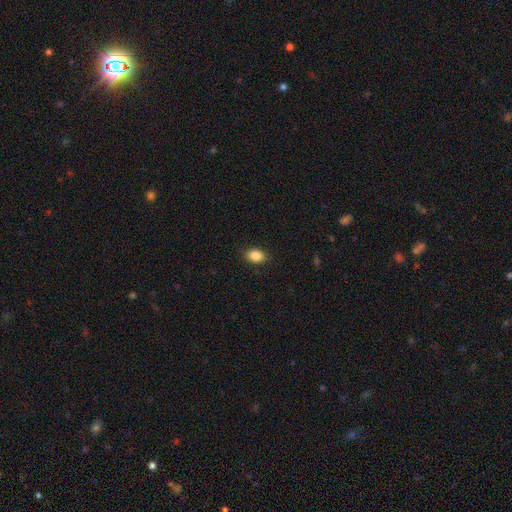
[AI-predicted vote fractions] The model was most divided on "how rounded": in between: 80%, round: 18%, cigar-shaped: 1%. More confident: merging — none (89%); smooth or featured — smooth (86%).